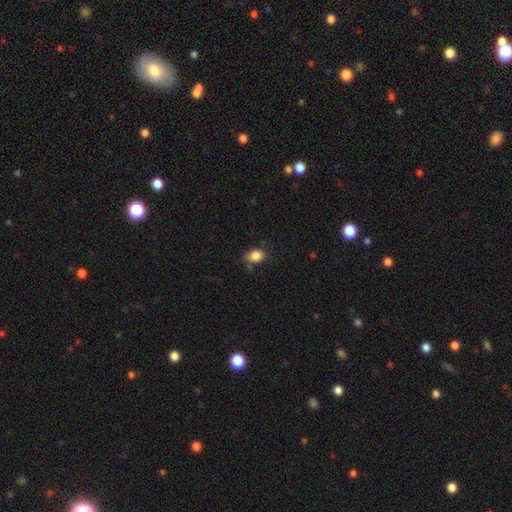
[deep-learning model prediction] The model was most divided on "how rounded": in between: 65%, round: 34%, cigar-shaped: 1%. More confident: smooth or featured — smooth (85%); merging — none (68%).